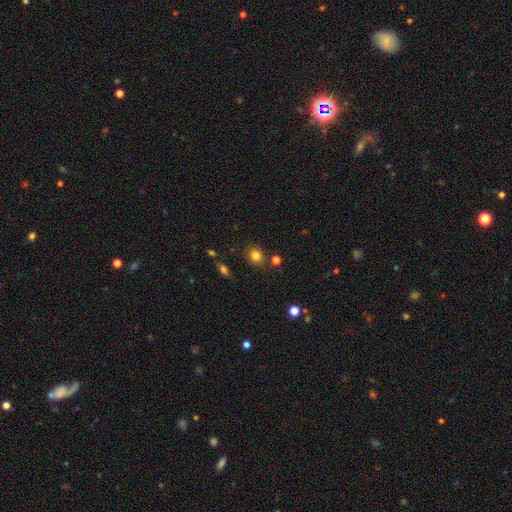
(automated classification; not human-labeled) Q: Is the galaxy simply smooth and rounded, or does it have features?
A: smooth — 81%.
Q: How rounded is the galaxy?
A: round — 74%.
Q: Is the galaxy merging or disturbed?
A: none — 81%.